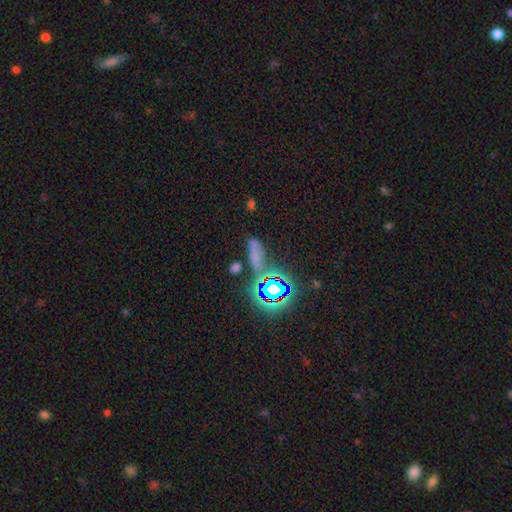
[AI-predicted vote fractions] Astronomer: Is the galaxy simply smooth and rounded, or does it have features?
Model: smooth — 50% (runner-up: star or artifact, 38%).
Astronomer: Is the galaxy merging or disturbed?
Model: none — 59%.